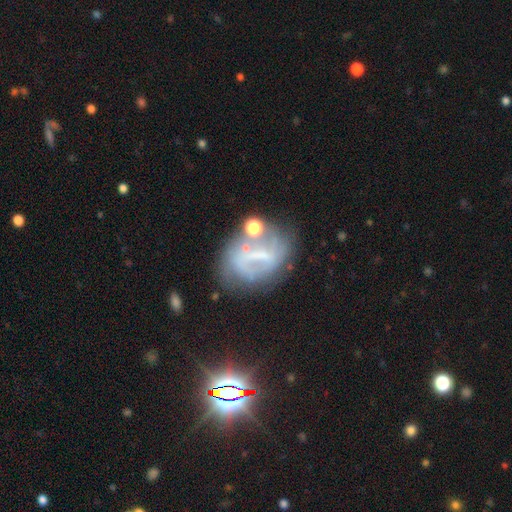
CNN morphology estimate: smooth_or_featured: featured or disk (p=0.62) [alt: smooth p=0.22]
disk_edge_on: no (p=0.95) [alt: yes p=0.05]
bar: strong (p=0.41) [alt: weak p=0.34]
has_spiral_arms: no (p=0.53) [alt: yes p=0.47]
bulge_size: none (p=0.53) [alt: small p=0.30]
merging: none (p=0.48) [alt: minor disturbance p=0.21]